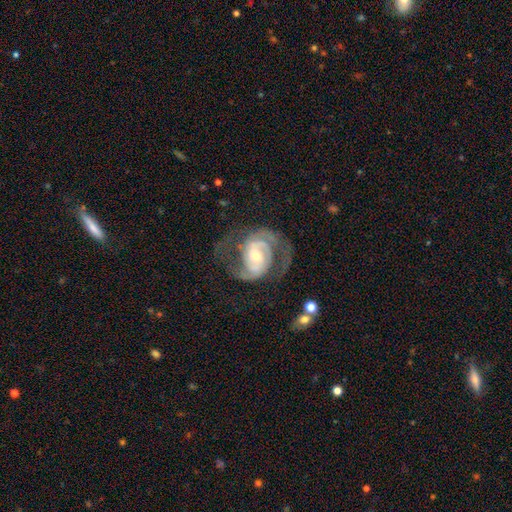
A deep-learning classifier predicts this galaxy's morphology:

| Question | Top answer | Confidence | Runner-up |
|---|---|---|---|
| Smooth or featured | featured or disk | 89% | smooth (6%) |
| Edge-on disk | no | 97% | yes (3%) |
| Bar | no | 39% | weak (38%) |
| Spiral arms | yes | 97% | no (3%) |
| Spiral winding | medium | 54% | tight (28%) |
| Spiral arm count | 2 | 88% | can't tell (4%) |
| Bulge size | moderate | 47% | tied: small (47%) |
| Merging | none | 67% | major disturbance (16%) |